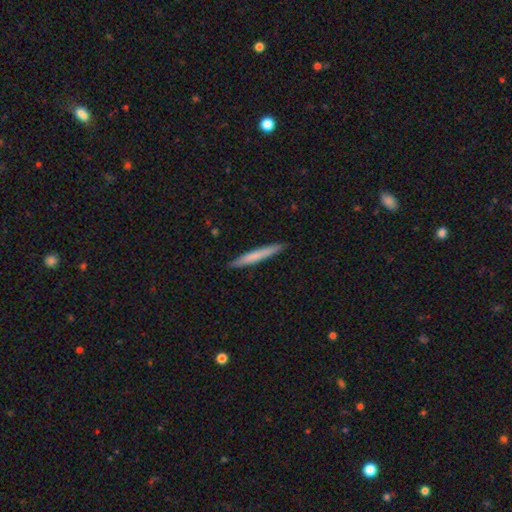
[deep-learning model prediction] This appears to be a smooth galaxy with no disk features (69%) that is cigar-shaped (96%). Merging: none (91%).